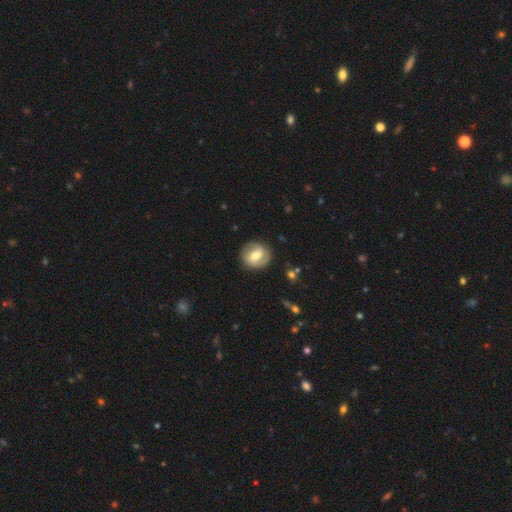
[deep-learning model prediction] This is possibly a featured or disk galaxy (57%). It is clearly not viewed edge-on (97%). Bar: possibly weak (48%). Spiral arm pattern: likely yes (75%). Central bulge: likely moderate (68%). Merging: clearly none (84%).